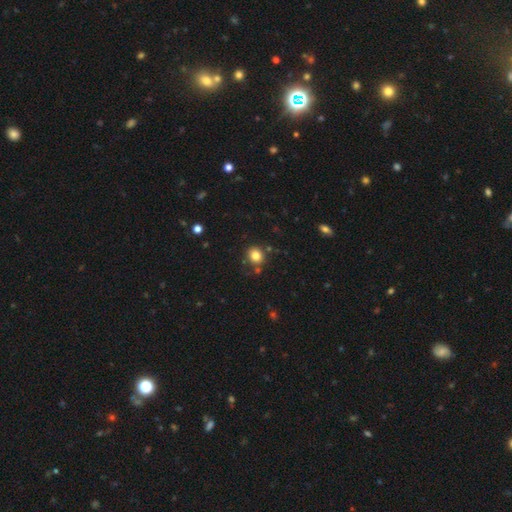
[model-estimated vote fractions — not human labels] smooth-or-featured: smooth: 82% | star or artifact: 12% | featured or disk: 6%
  how-rounded: round: 83% | in between: 16% | cigar-shaped: 1%
  merging: none: 82% | minor disturbance: 10% | merger: 5% | major disturbance: 3%